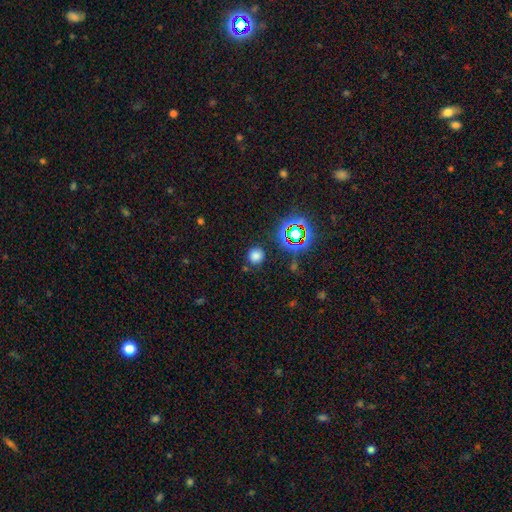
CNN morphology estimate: A smooth galaxy with no disk features (71%) that is round (91%). Merging: none (85%).